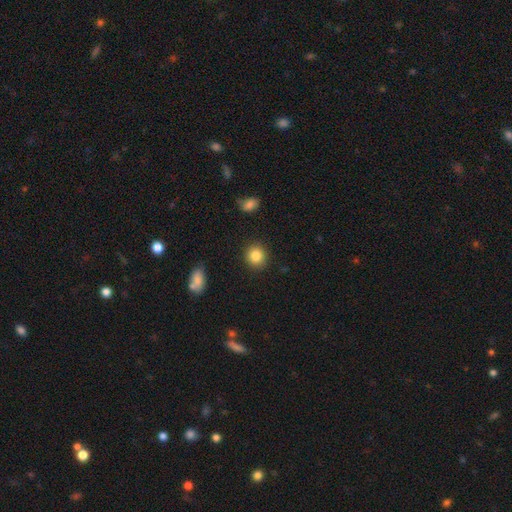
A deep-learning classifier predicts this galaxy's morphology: A smooth galaxy with no disk features (85%) that is round (87%).

Vote fractions:
- Smooth or featured? smooth: 85% / star or artifact: 9% / featured or disk: 6%
- How rounded? round: 87% / in between: 12% / cigar-shaped: 1%
- Merging? none: 89% / minor disturbance: 7% / major disturbance: 2% / merger: 1%